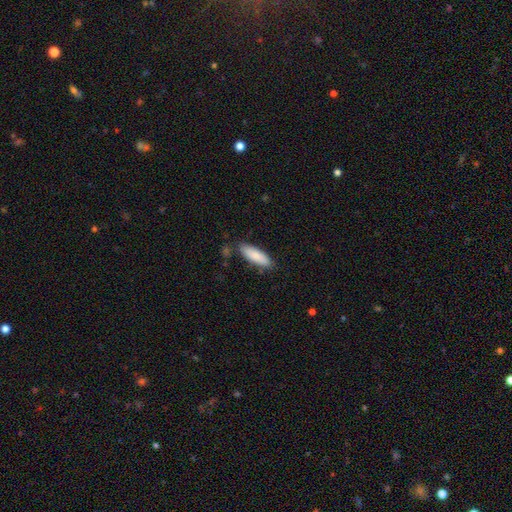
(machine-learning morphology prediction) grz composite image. It shows a smooth galaxy with no disk features (85%) that is in between round and cigar-shaped (52%). Merging: none (83%).